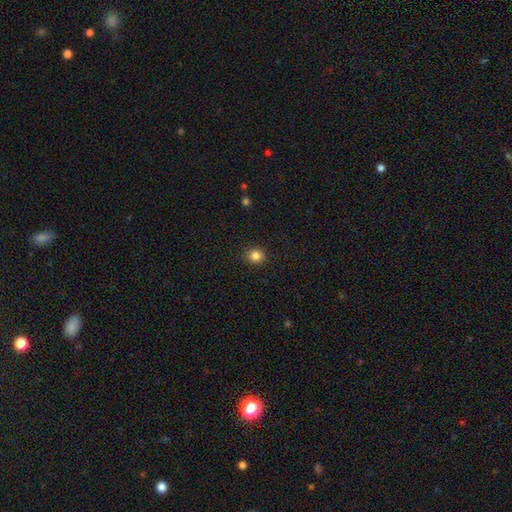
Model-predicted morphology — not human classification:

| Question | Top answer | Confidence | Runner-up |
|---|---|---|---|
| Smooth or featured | smooth | 84% | star or artifact (12%) |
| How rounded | round | 91% | in between (8%) |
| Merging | none | 91% | minor disturbance (6%) |